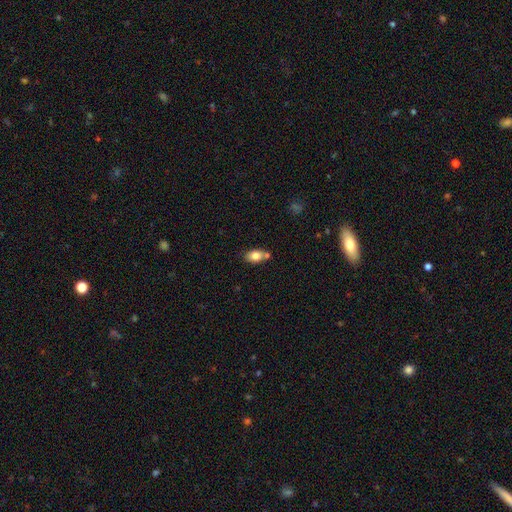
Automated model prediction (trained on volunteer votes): smooth-or-featured: smooth: 80% | featured or disk: 12% | star or artifact: 8%
  how-rounded: in between: 84% | round: 14% | cigar-shaped: 2%
  merging: none: 58% | merger: 23% | minor disturbance: 15% | major disturbance: 4%